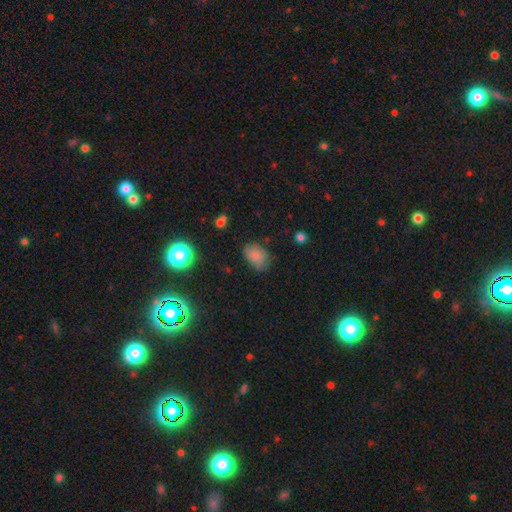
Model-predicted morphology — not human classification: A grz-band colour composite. It shows a smooth galaxy with no disk features (78%) that is in between round and cigar-shaped (82%). Merging: none (67%).